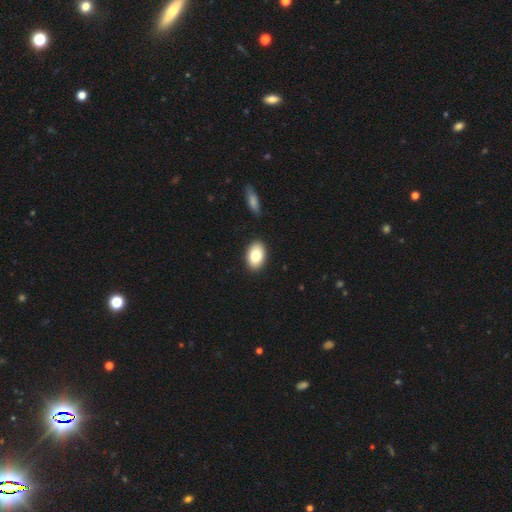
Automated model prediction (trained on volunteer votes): This appears to be a smooth galaxy with no disk features (81%) that is in between round and cigar-shaped (89%). Merging: none (89%).